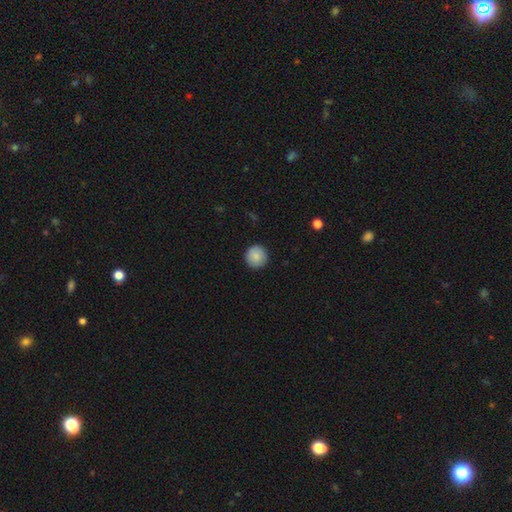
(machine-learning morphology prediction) The model was most divided on "smooth or featured": smooth: 87%, star or artifact: 7%, featured or disk: 6%. More confident: how rounded — round (95%); merging — none (91%).